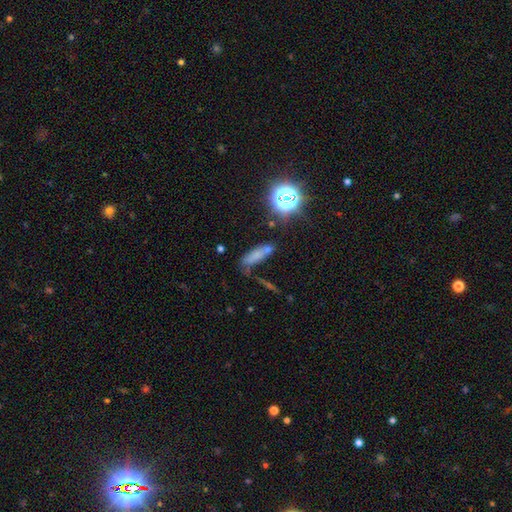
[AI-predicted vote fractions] Smooth or featured? smooth (66%)
How rounded? in between (48%)
Merging? none (51%)